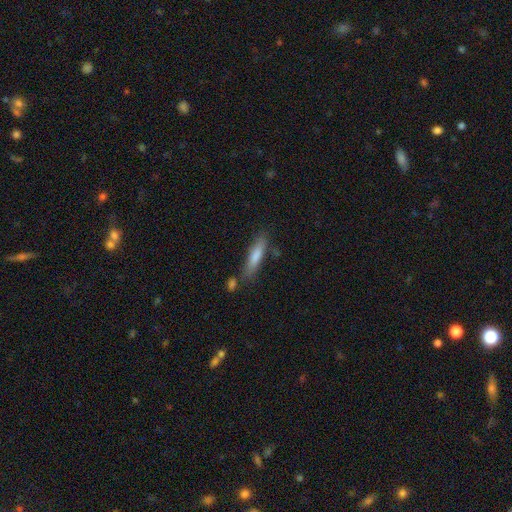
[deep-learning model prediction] smooth 70%, featured or disk 23%, star or artifact 7%. Down the decision tree: how rounded — cigar-shaped (84%); merging — none (75%).